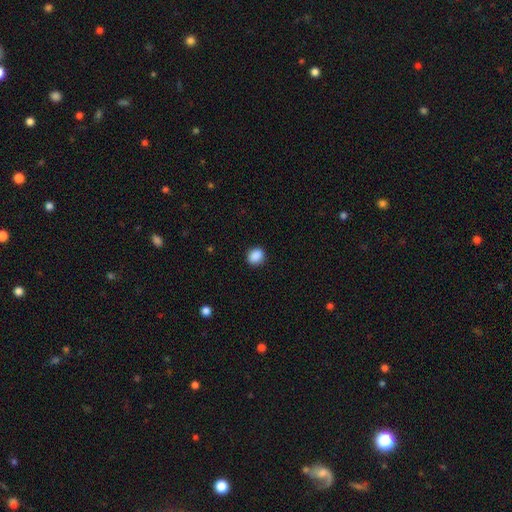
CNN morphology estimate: A smooth galaxy with no disk features (89%) that is round (67%). Merging: none (90%).